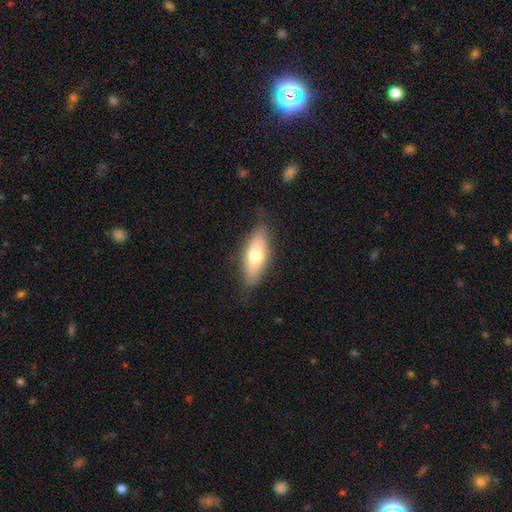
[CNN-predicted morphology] Smooth or featured? Predicted: smooth (p=0.66). How rounded? Predicted: in between (p=0.74). Merging? Predicted: none (p=0.76).